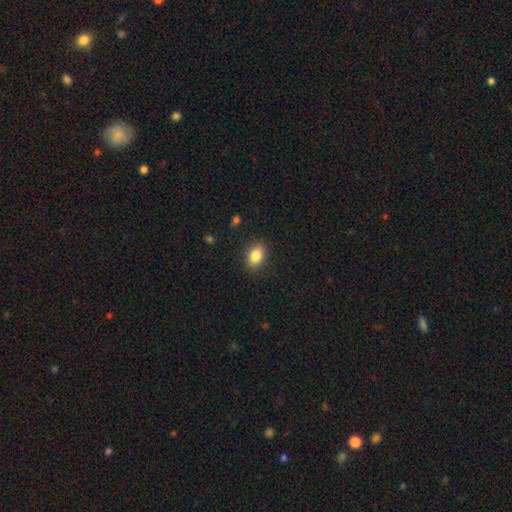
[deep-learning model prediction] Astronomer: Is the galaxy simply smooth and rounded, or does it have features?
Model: smooth — 85%.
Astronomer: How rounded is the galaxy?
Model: in between — 78%.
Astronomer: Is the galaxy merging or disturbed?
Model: none — 87%.